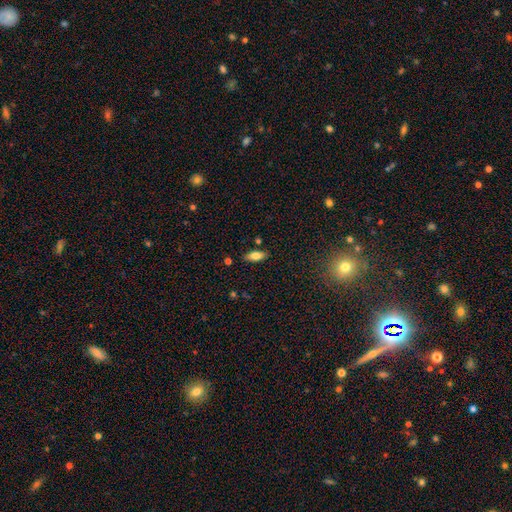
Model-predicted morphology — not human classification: Smooth or featured: smooth — 75% (featured or disk — 17%)
How rounded: in between — 80% (cigar-shaped — 18%)
Merging: none — 81% (minor disturbance — 13%)